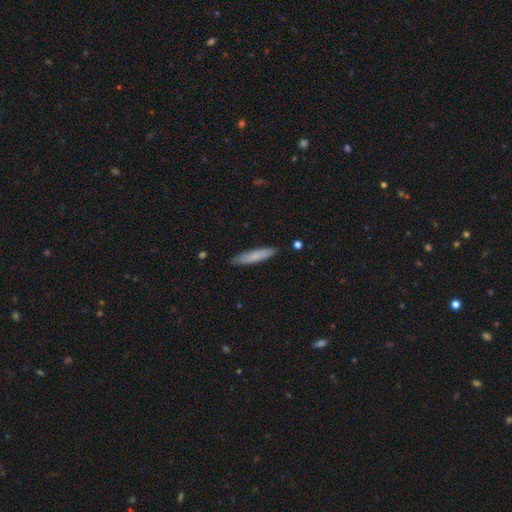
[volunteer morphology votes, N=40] type=smooth (72%); roundness=cigar-shaped (83%); merging=none (90%).